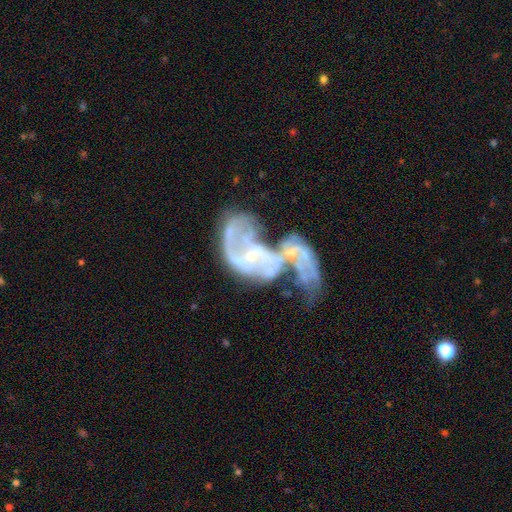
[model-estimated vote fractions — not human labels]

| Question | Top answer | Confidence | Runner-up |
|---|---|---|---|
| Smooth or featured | featured or disk | 81% | smooth (10%) |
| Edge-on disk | no | 97% | yes (3%) |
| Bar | no | 57% | weak (31%) |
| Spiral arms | yes | 78% | no (22%) |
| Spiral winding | loose | 53% | medium (33%) |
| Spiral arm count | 2 | 53% | can't tell (24%) |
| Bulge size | small | 60% | moderate (20%) |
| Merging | merger | 65% | major disturbance (21%) |